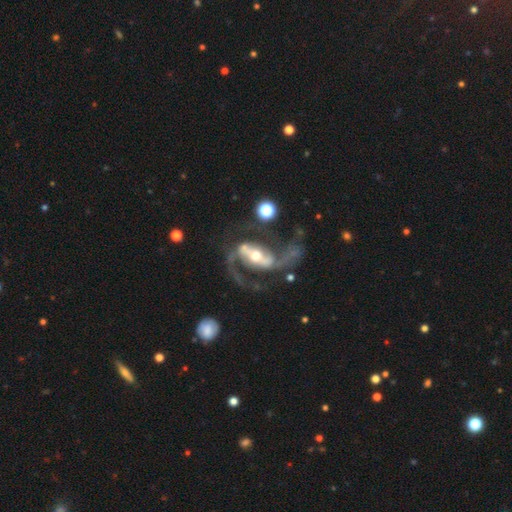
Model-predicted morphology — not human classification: Smooth or featured? Predicted: featured or disk (p=0.91). Edge-on disk? Predicted: no (p=0.96). Bar? Predicted: strong (p=0.64). Spiral arms? Predicted: yes (p=0.96). Spiral winding? Predicted: medium (p=0.48). Spiral arm count? Predicted: 2 (p=0.93). Bulge size? Predicted: moderate (p=0.62). Merging? Predicted: none (p=0.62).